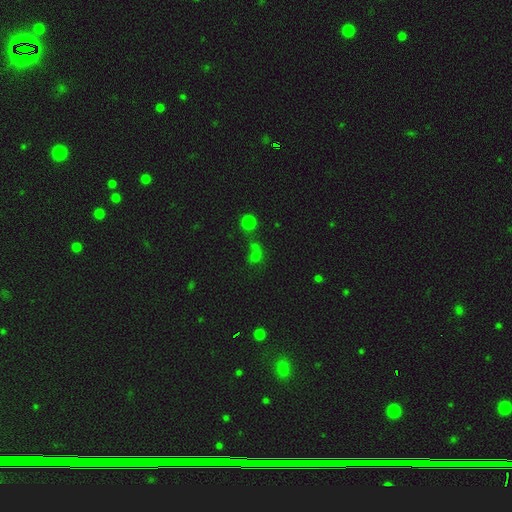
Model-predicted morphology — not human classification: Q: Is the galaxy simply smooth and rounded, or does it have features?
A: smooth — 56%.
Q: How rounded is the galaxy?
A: round — 67%.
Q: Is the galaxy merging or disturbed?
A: none — 44%.